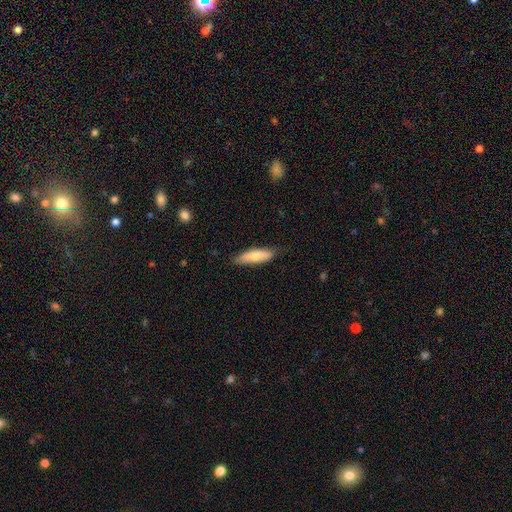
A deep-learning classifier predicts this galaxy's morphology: smooth-or-featured: smooth: 70% | featured or disk: 25% | star or artifact: 6%
  how-rounded: cigar-shaped: 52% | in between: 46% | round: 2%
  merging: none: 75% | minor disturbance: 20% | major disturbance: 3% | merger: 1%